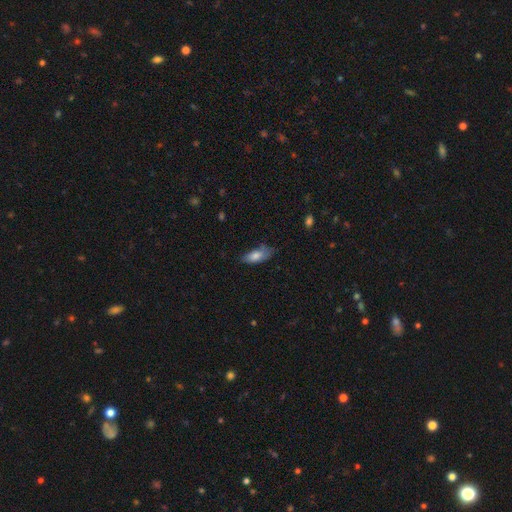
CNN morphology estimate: Smooth or featured: smooth — 77% (featured or disk — 16%)
How rounded: in between — 79% (cigar-shaped — 18%)
Merging: none — 62% (minor disturbance — 30%)